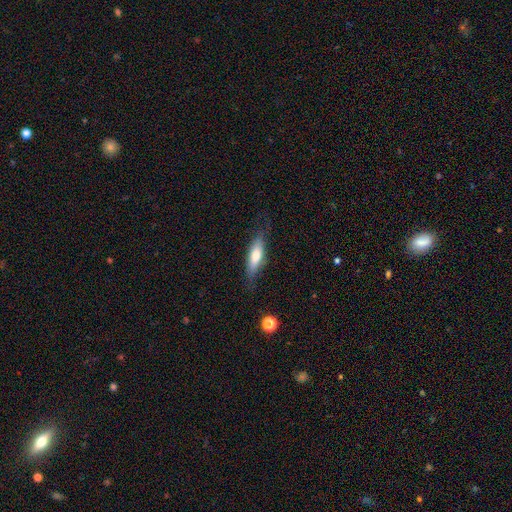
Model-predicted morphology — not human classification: Q: Smooth or featured?
A: smooth (67%); runner-up: featured or disk (27%)
Q: How rounded?
A: cigar-shaped (54%); runner-up: in between (44%)
Q: Merging?
A: none (74%); runner-up: minor disturbance (19%)